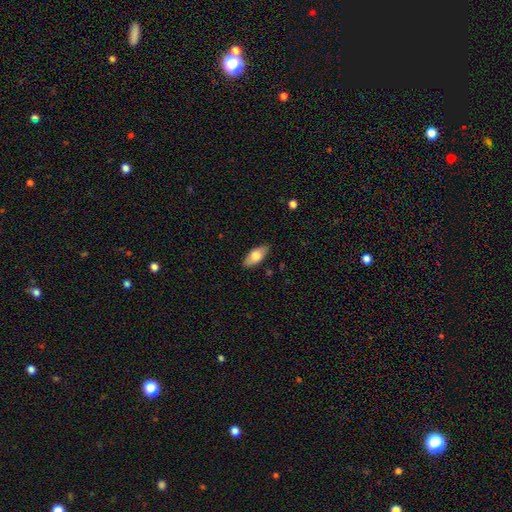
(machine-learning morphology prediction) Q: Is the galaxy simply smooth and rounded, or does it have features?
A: smooth — 73%.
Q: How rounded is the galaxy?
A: in between — 87%.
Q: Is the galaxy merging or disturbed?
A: none — 85%.